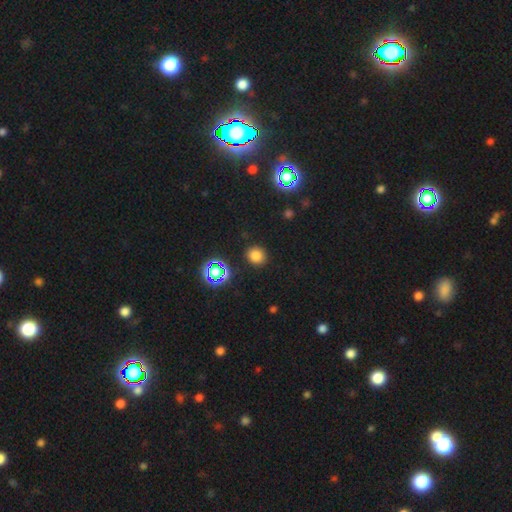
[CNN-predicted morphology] Smooth or featured: smooth — 75% (star or artifact — 20%)
How rounded: round — 85% (in between — 14%)
Merging: none — 89% (minor disturbance — 7%)